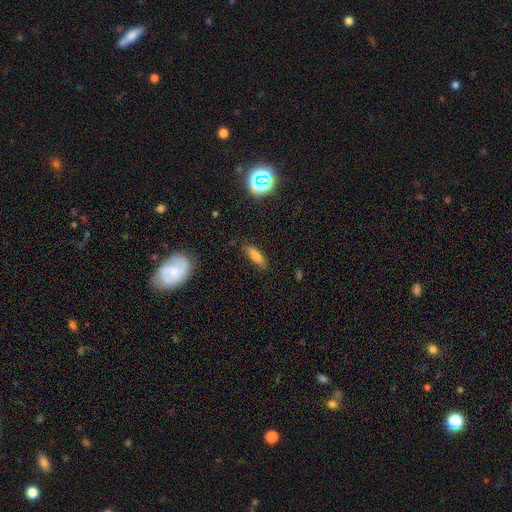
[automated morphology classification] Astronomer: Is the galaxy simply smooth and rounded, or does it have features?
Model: smooth — 73%.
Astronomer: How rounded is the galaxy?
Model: in between — 52% (runner-up: cigar-shaped, 44%).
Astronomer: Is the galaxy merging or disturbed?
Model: none — 81%.